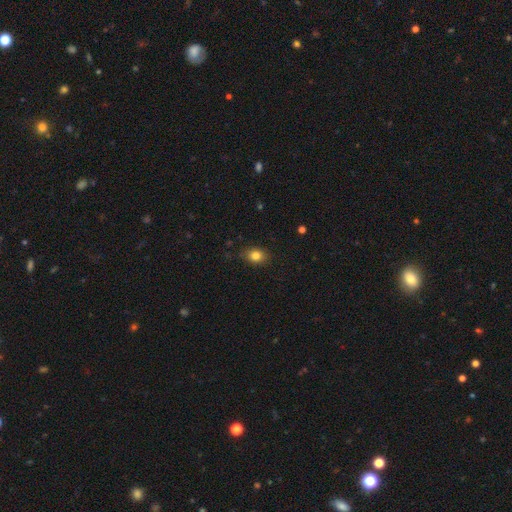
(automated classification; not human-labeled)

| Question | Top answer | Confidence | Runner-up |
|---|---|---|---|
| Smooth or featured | smooth | 82% | star or artifact (10%) |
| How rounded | in between | 63% | round (36%) |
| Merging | none | 84% | minor disturbance (12%) |